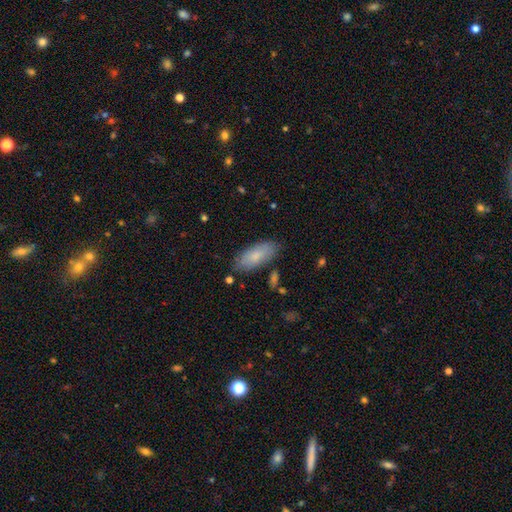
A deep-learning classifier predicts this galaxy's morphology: smooth-or-featured: smooth: 80% | featured or disk: 14% | star or artifact: 6%
  how-rounded: in between: 84% | cigar-shaped: 14% | round: 2%
  merging: none: 82% | minor disturbance: 12% | major disturbance: 3% | merger: 3%